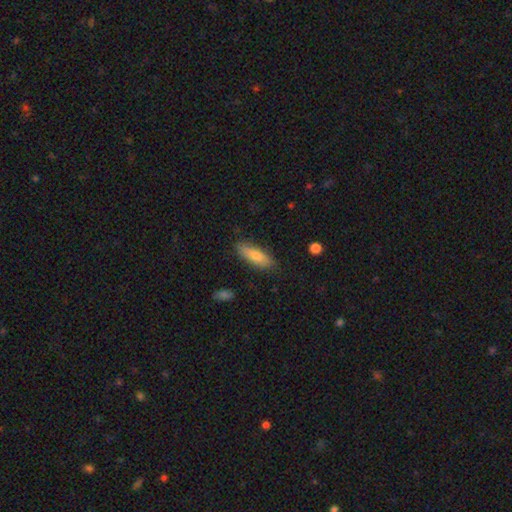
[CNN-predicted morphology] A smooth galaxy with no disk features (77%) that is in between round and cigar-shaped (51%). Merging: none (85%).